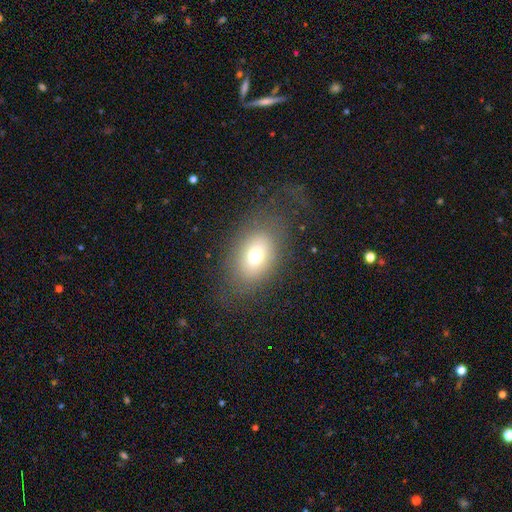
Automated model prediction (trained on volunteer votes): Q: Smooth or featured?
A: smooth (69%); runner-up: featured or disk (18%)
Q: How rounded?
A: in between (75%); runner-up: round (23%)
Q: Merging?
A: none (70%); runner-up: minor disturbance (15%)